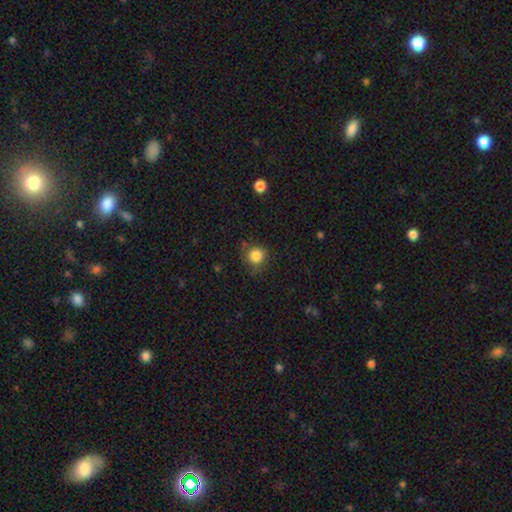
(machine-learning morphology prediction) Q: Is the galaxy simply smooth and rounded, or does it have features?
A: smooth — 85%.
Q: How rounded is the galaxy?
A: round — 89%.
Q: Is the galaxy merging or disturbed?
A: none — 75%.